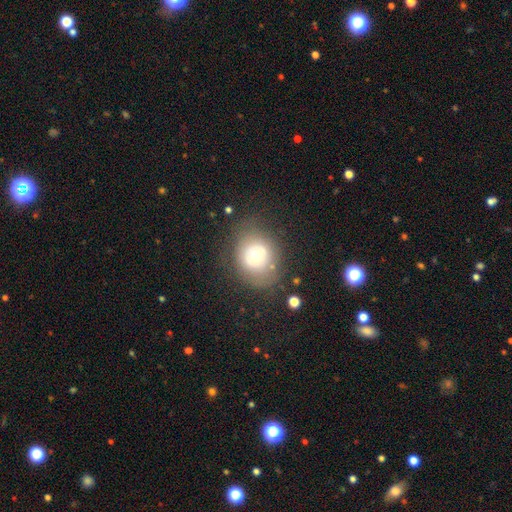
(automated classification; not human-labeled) smooth-or-featured: smooth: 59% | featured or disk: 31% | star or artifact: 10%
  how-rounded: round: 75% | in between: 24% | cigar-shaped: 1%
  merging: none: 65% | minor disturbance: 19% | major disturbance: 12% | merger: 3%